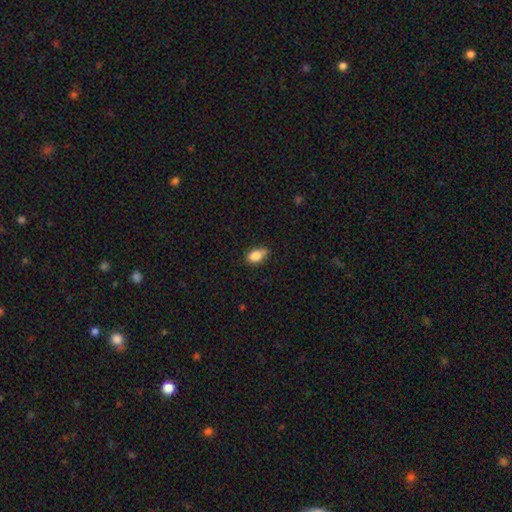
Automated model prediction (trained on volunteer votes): Smooth or featured? smooth (85%)
How rounded? in between (84%)
Merging? none (60%)